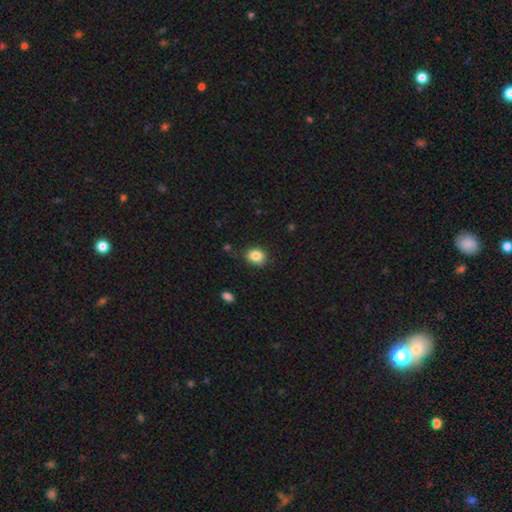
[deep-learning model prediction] smooth-or-featured: smooth: 85% | star or artifact: 10% | featured or disk: 5%
  how-rounded: round: 60% | in between: 39% | cigar-shaped: 1%
  merging: none: 76% | minor disturbance: 19% | major disturbance: 4% | merger: 2%